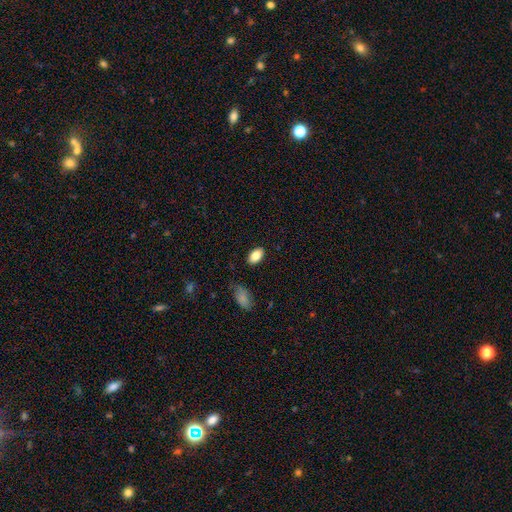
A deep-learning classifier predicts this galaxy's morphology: smooth 84%, featured or disk 8%, star or artifact 8%. Down the decision tree: how rounded — in between (92%); merging — none (86%).